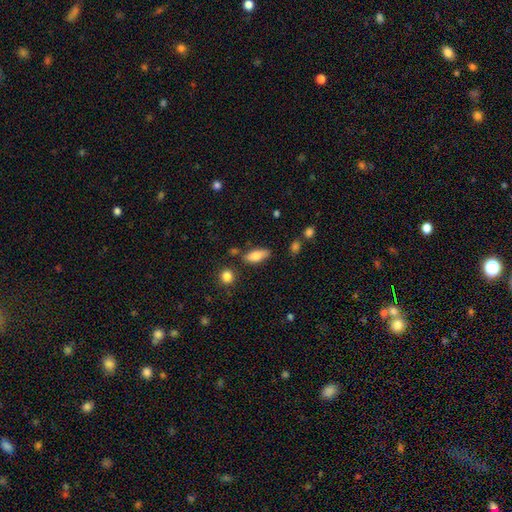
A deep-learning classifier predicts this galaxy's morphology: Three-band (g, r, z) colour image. It shows a smooth galaxy with no disk features (79%) that is in between round and cigar-shaped (81%). Merging: none (76%).